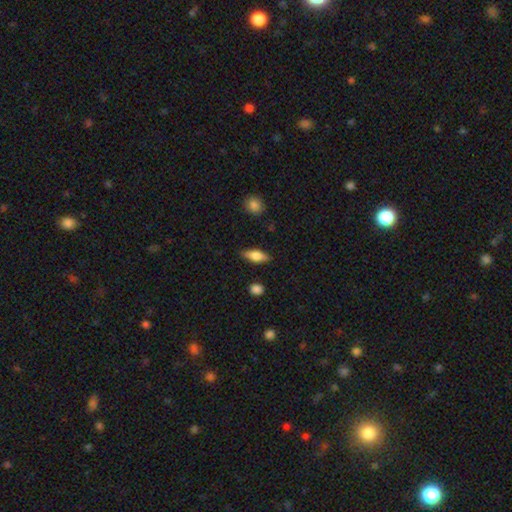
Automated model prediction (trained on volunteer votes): The model was most divided on "smooth or featured": smooth: 63%, featured or disk: 30%, star or artifact: 7%. More confident: merging — none (85%); how rounded — in between (69%).